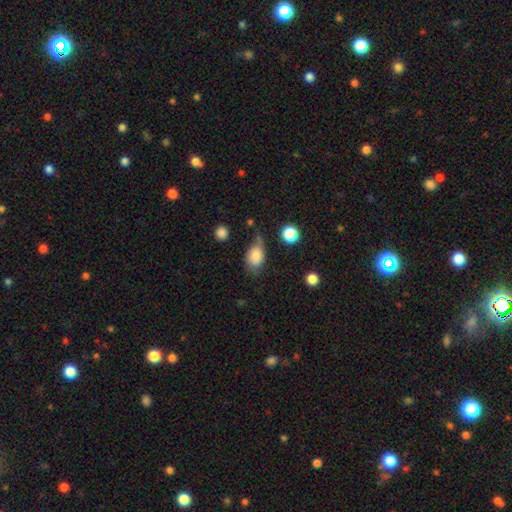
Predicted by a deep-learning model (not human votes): A smooth galaxy with no disk features (78%) that is in between round and cigar-shaped (80%). Merging: none (48%).